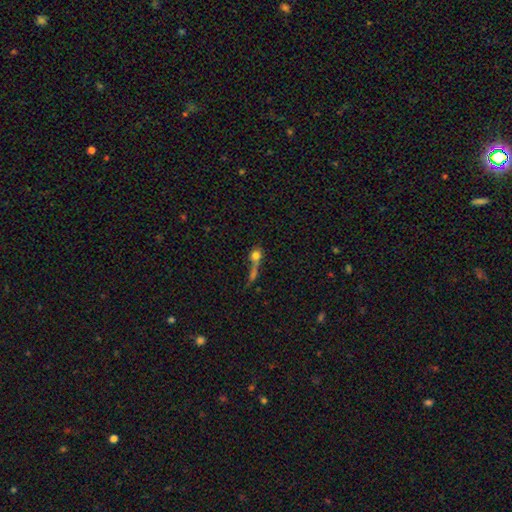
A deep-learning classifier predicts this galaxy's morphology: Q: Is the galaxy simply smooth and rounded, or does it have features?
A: smooth — 65%.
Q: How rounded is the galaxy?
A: round — 69%.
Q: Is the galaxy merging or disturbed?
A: merger — 46%.